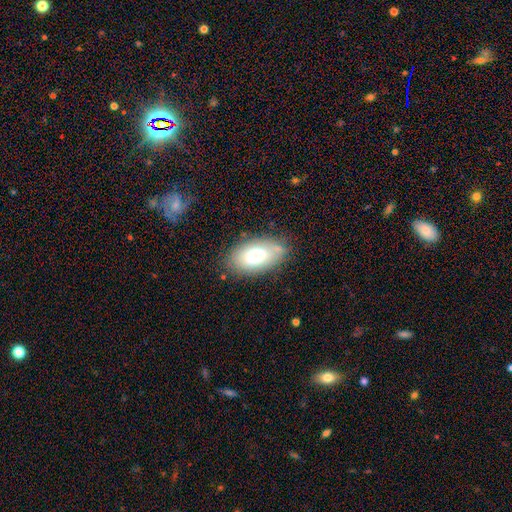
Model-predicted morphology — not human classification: Q: Smooth or featured?
A: smooth (72%); runner-up: featured or disk (20%)
Q: How rounded?
A: in between (92%); runner-up: round (6%)
Q: Merging?
A: none (75%); runner-up: minor disturbance (17%)